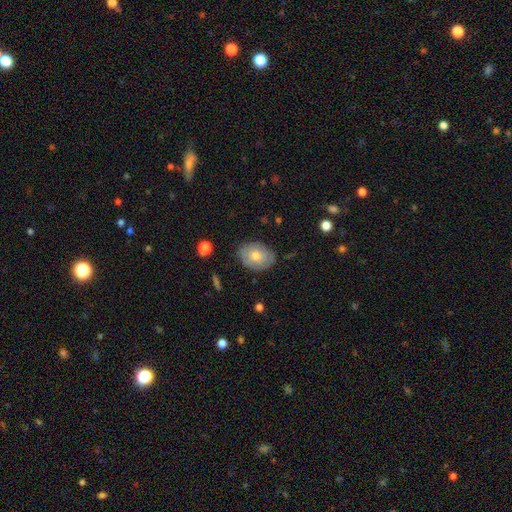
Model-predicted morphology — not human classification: Q: Smooth or featured?
A: smooth (62%); runner-up: featured or disk (30%)
Q: How rounded?
A: in between (74%); runner-up: round (25%)
Q: Merging?
A: none (81%); runner-up: minor disturbance (15%)